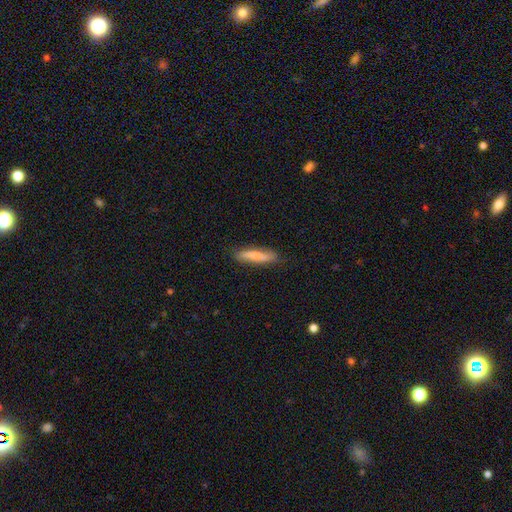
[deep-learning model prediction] Smooth or featured? Predicted: smooth (p=0.70). How rounded? Predicted: cigar-shaped (p=0.85). Merging? Predicted: none (p=0.83).